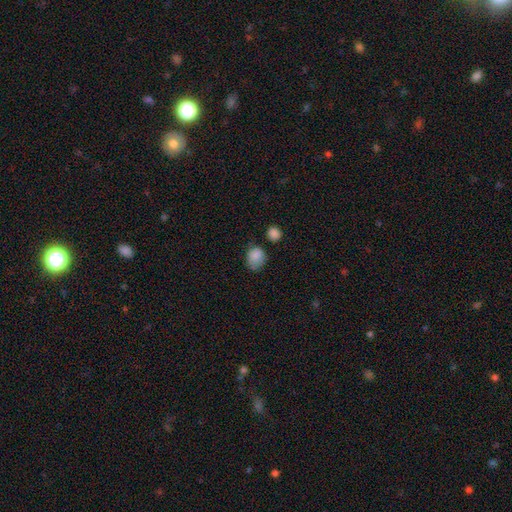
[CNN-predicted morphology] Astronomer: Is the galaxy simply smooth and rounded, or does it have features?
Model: smooth — 84%.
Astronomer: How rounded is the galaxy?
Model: round — 55% (runner-up: in between, 44%).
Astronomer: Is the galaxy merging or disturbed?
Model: none — 55%.